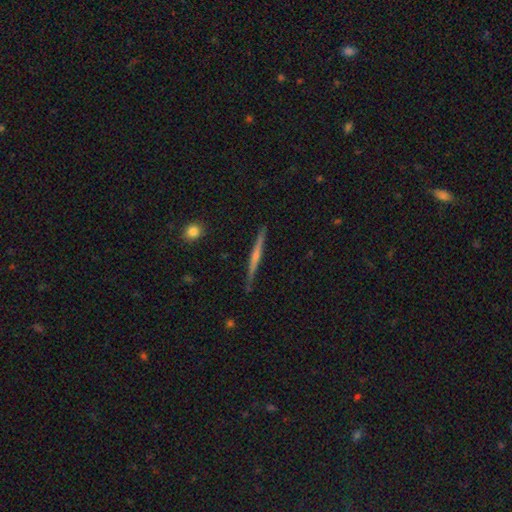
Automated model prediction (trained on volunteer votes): Smooth or featured? featured or disk (68%)
Edge-on disk? yes (97%)
Edge-on bulge? rounded (57%)
Merging? none (90%)